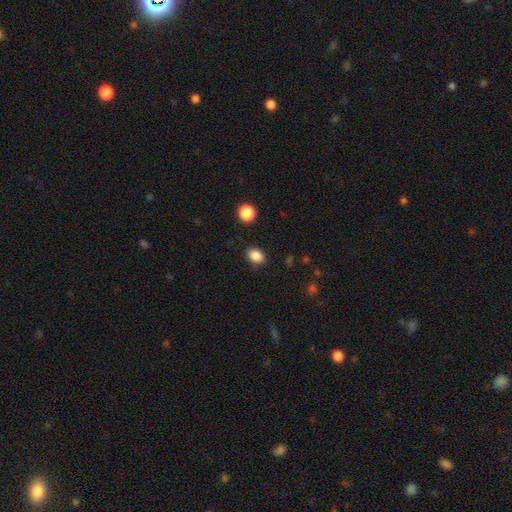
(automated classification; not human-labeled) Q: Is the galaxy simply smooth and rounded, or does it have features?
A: smooth — 86%.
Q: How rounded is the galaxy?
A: in between — 65%.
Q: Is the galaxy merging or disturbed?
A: none — 87%.